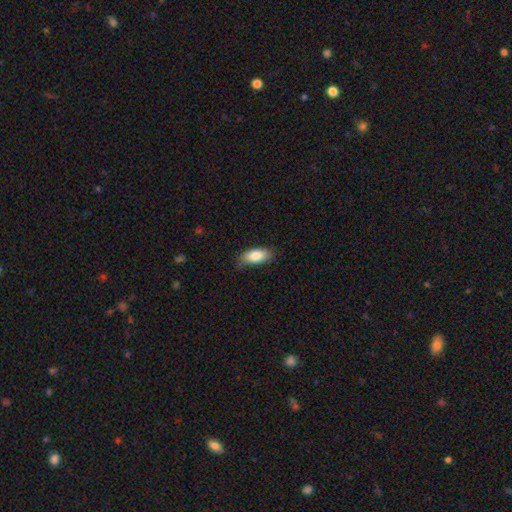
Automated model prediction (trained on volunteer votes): smooth 83%, featured or disk 11%, star or artifact 7%. Down the decision tree: how rounded — in between (87%); merging — none (71%).